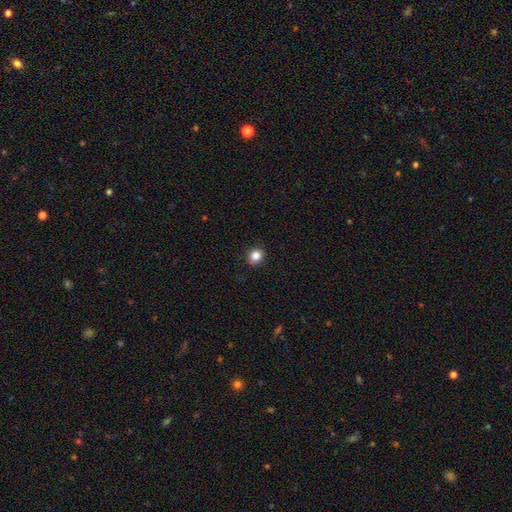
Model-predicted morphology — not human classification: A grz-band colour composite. It shows a smooth galaxy with no disk features (85%) that is round (75%). Merging: none (91%).